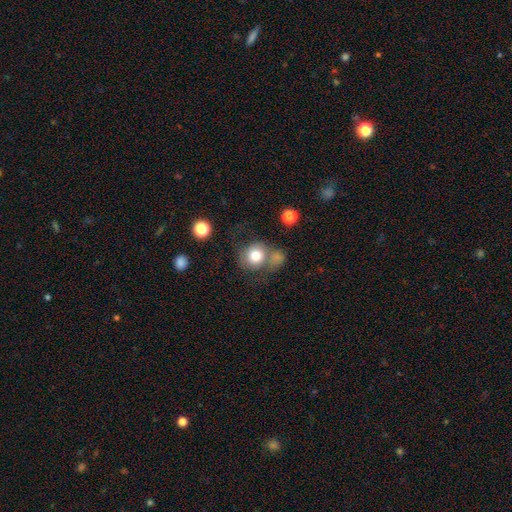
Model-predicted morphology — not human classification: smooth 75%, featured or disk 17%, star or artifact 9%. Down the decision tree: how rounded — round (79%); merging — none (45%).